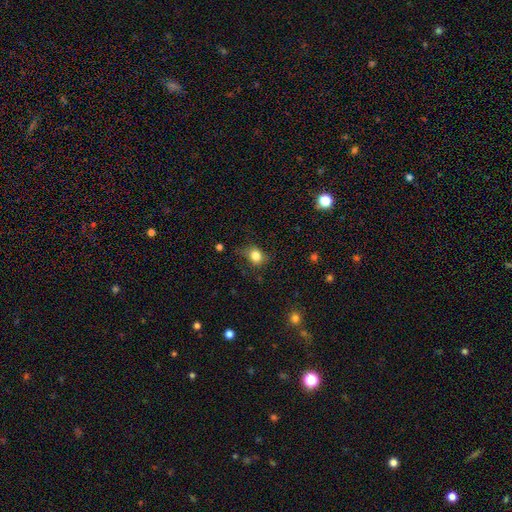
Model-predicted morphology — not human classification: Smooth or featured?
  - smooth: 81% *
  - star or artifact: 11%
  - featured or disk: 8%
How rounded?
  - round: 58% *
  - in between: 41%
  - cigar-shaped: 1%
Merging?
  - none: 69% *
  - minor disturbance: 23%
  - major disturbance: 7%
  - merger: 1%